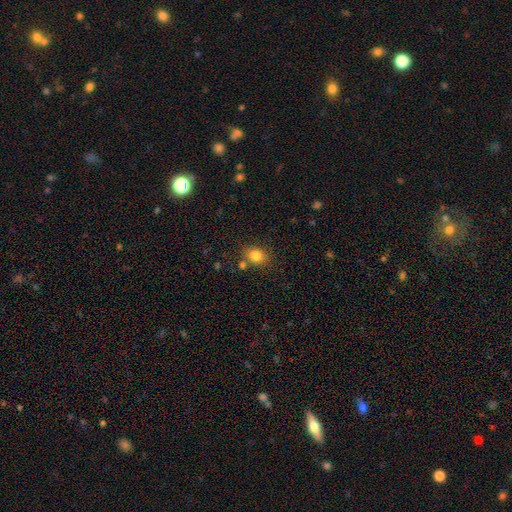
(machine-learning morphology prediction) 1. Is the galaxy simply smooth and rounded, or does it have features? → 82% smooth, 11% star or artifact, 7% featured or disk.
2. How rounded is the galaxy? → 50% in between, 49% round, 1% cigar-shaped.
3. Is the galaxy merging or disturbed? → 74% none, 12% minor disturbance, 10% merger, 4% major disturbance.